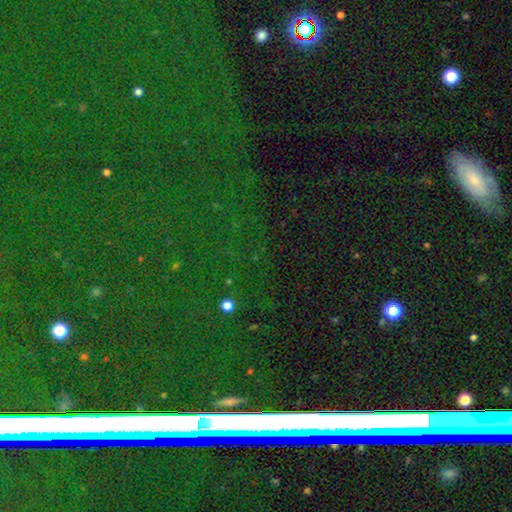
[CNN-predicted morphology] The model was most divided on "smooth or featured": star or artifact: 73%, smooth: 14%, featured or disk: 13%.